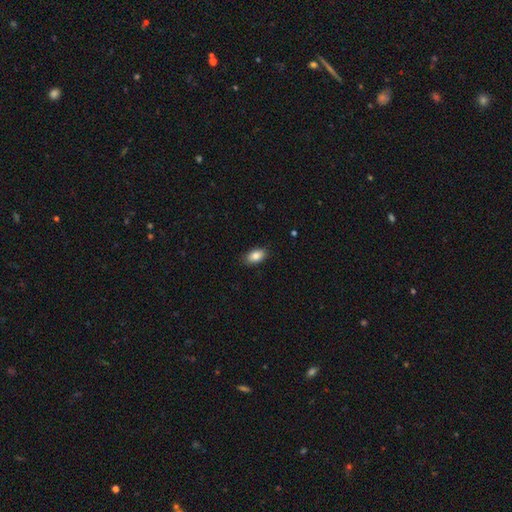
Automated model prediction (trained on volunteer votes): Smooth or featured? Predicted: smooth (p=0.86). How rounded? Predicted: in between (p=0.92). Merging? Predicted: none (p=0.87).